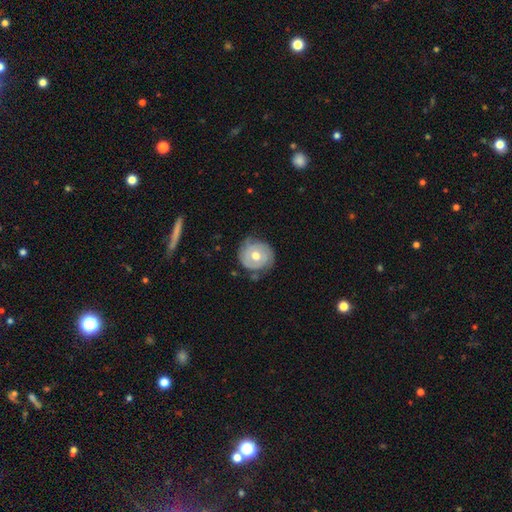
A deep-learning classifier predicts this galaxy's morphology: smooth_or_featured: featured or disk (p=0.64) [alt: smooth p=0.30]
disk_edge_on: no (p=0.97) [alt: yes p=0.03]
bar: no (p=0.79) [alt: weak p=0.17]
has_spiral_arms: yes (p=0.76) [alt: no p=0.24]
bulge_size: moderate (p=0.80) [alt: small p=0.11]
merging: none (p=0.68) [alt: minor disturbance p=0.23]